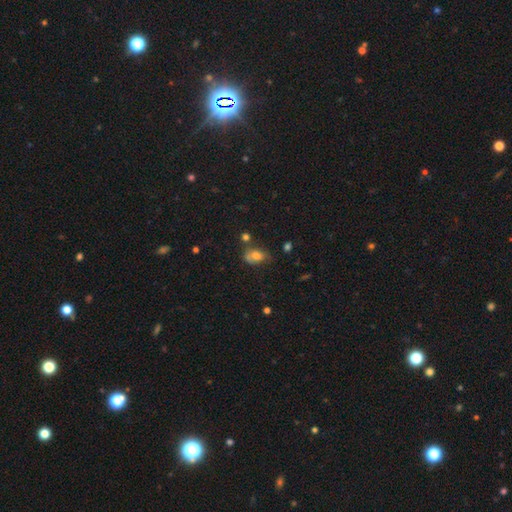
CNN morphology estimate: Q: Smooth or featured?
A: smooth (73%); runner-up: featured or disk (16%)
Q: How rounded?
A: in between (80%); runner-up: round (18%)
Q: Merging?
A: none (47%); runner-up: minor disturbance (31%)